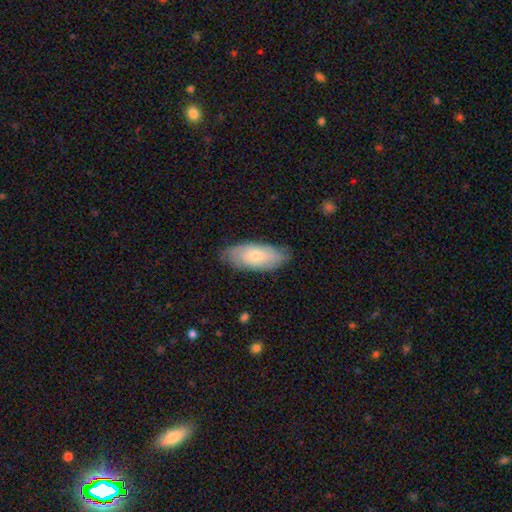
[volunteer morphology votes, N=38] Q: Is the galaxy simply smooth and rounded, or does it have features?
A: featured or disk — 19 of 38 (50%).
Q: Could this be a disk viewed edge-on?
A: no — 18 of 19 (95%).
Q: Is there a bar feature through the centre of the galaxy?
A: no — 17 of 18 (94%).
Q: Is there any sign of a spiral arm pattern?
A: yes — 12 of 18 (67%).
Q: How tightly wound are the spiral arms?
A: tight — 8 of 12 (67%).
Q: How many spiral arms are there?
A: can't tell — 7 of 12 (58%).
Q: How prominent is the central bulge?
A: small — 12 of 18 (67%).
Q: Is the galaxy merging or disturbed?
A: none — 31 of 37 (84%).